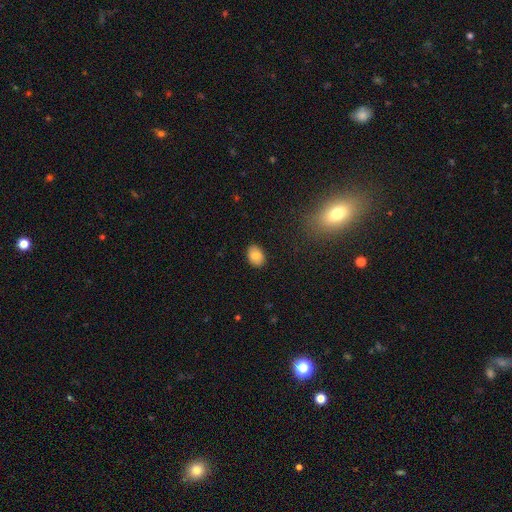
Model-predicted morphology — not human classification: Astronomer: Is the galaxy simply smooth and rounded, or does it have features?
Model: smooth — 82%.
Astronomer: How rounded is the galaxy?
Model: in between — 81%.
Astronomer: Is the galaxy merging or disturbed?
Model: none — 88%.